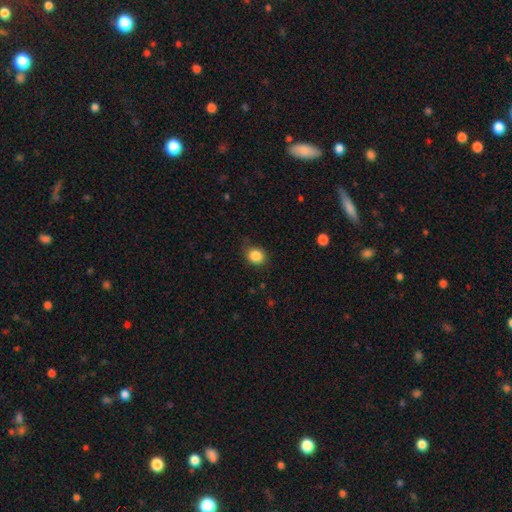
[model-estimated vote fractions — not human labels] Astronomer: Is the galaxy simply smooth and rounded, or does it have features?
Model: smooth — 86%.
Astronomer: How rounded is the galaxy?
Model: round — 67%.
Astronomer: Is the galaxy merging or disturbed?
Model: none — 79%.